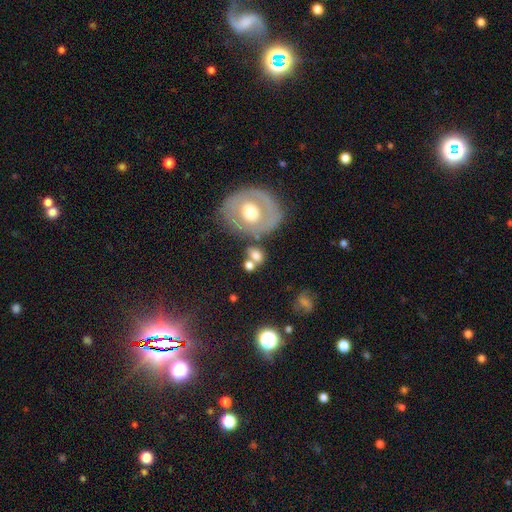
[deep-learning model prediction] This is likely a smooth galaxy (62%). How rounded: possibly round (58%). Merging: possibly none (60%).